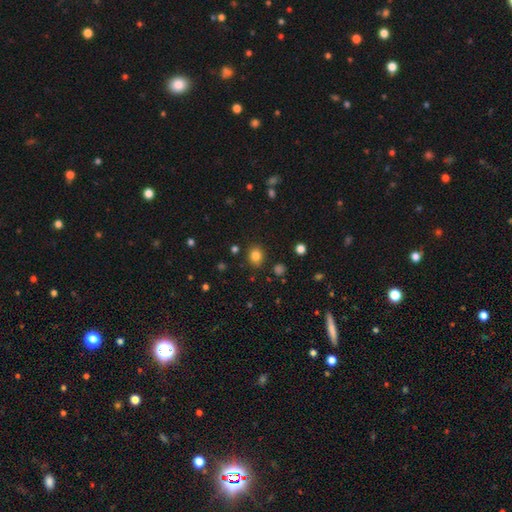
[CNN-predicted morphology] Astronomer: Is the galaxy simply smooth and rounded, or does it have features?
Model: smooth — 82%.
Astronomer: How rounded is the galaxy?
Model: round — 72%.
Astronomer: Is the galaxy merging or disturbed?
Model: none — 86%.